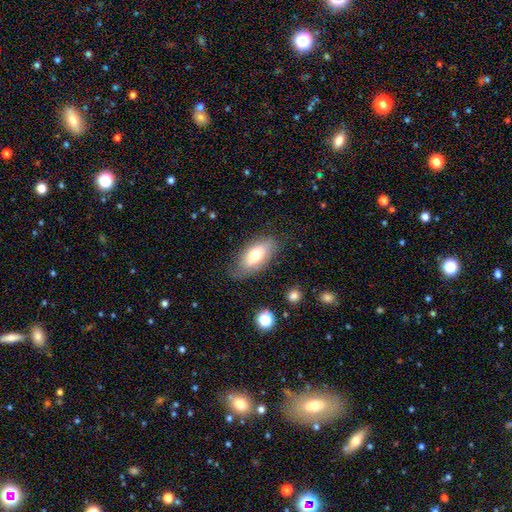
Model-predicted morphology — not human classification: Smooth or featured? Predicted: smooth (p=0.67). How rounded? Predicted: in between (p=0.87). Merging? Predicted: none (p=0.74).